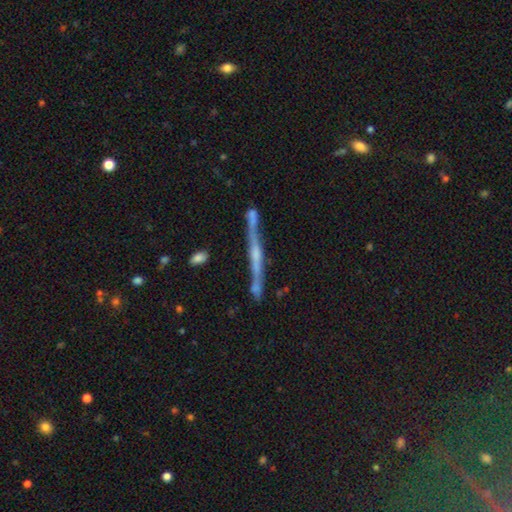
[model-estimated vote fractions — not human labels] This appears to be a featured or disk galaxy (76%) viewed edge-on (96%) with a rounded central bulge (53%). Merging: none (74%).